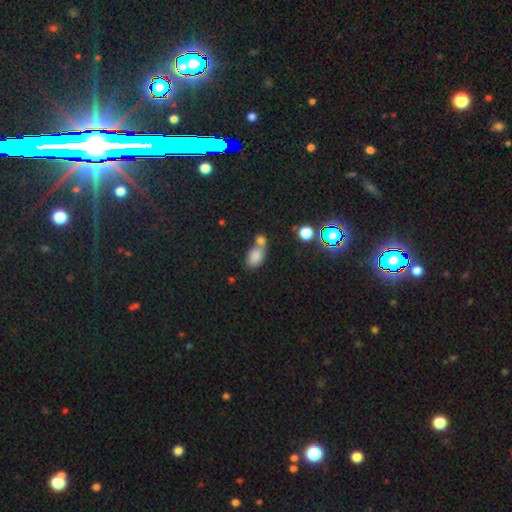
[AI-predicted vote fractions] Smooth or featured: smooth — 80% (star or artifact — 12%)
How rounded: in between — 87% (round — 11%)
Merging: merger — 49% (none — 35%)